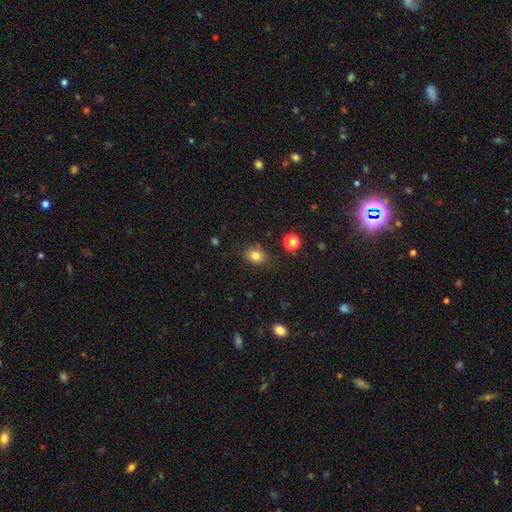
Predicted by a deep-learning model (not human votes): smooth_or_featured: smooth (p=0.80) [alt: star or artifact p=0.12]
how_rounded: in between (p=0.55) [alt: round p=0.44]
merging: none (p=0.78) [alt: minor disturbance p=0.15]